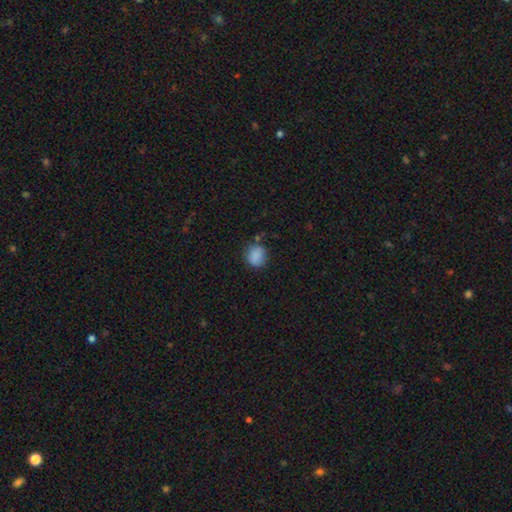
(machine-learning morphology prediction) Smooth or featured? smooth (85%)
How rounded? round (68%)
Merging? none (70%)